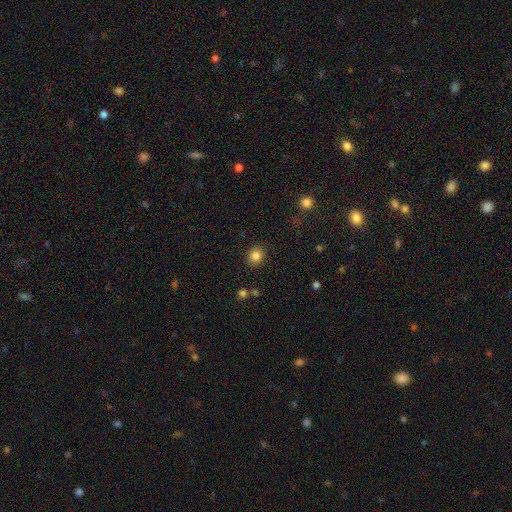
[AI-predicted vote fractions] This appears to be a smooth galaxy with no disk features (84%) that is round (72%). Merging: none (88%).